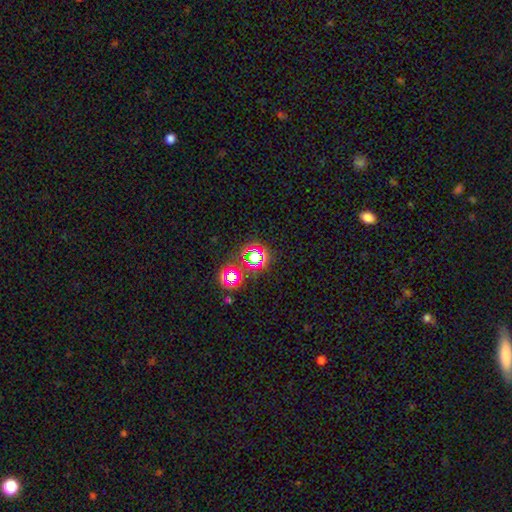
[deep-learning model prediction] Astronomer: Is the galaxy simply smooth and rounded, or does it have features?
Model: star or artifact — 68%.